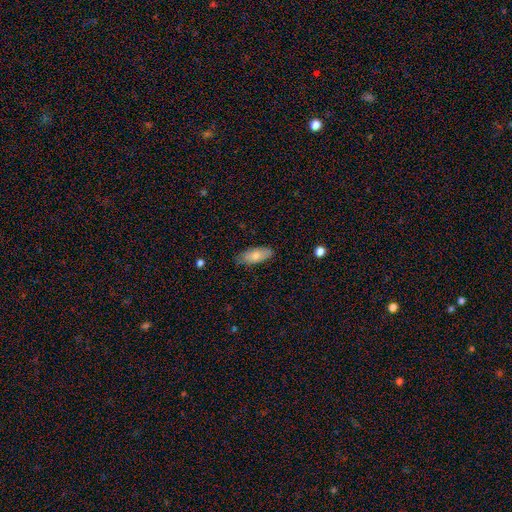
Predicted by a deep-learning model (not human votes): Morphology: type=smooth (77%); roundness=in between (83%); merging=none (80%).